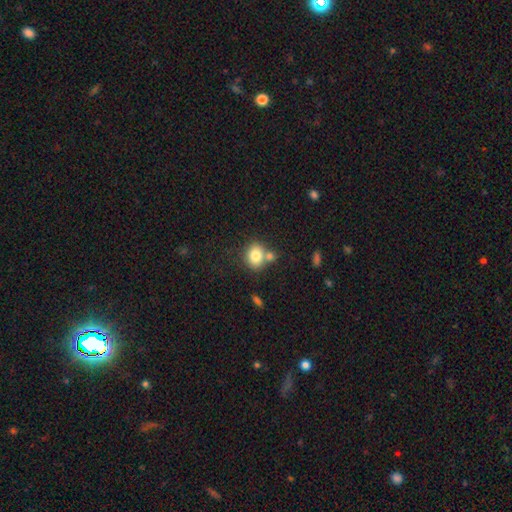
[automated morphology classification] Q: Smooth or featured?
A: smooth (80%); runner-up: featured or disk (11%)
Q: How rounded?
A: round (58%); runner-up: in between (41%)
Q: Merging?
A: none (59%); runner-up: merger (26%)